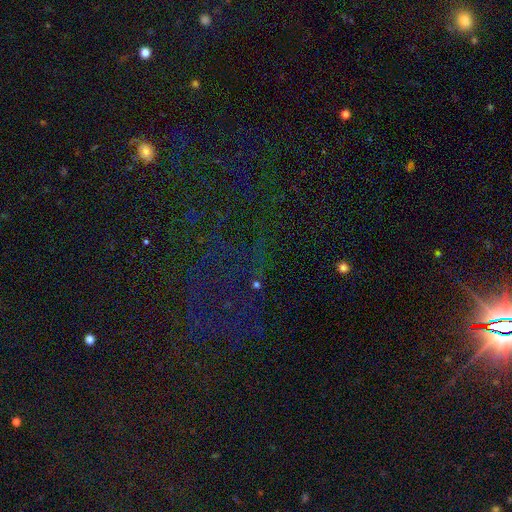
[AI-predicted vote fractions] Smooth or featured: star or artifact — 73% (smooth — 15%)